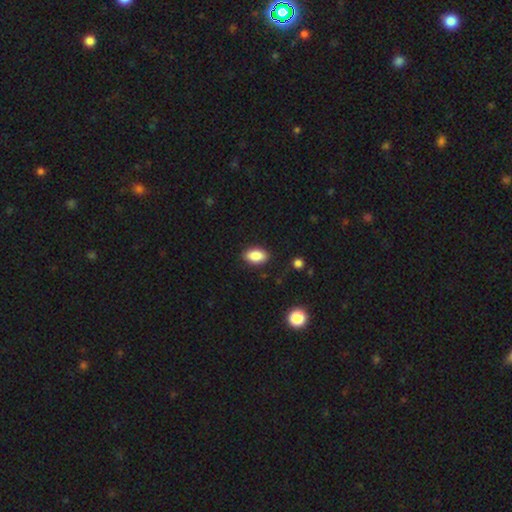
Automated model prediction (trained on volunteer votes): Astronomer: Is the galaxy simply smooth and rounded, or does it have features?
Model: smooth — 87%.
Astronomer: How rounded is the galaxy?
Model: in between — 92%.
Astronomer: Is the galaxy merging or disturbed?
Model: none — 87%.